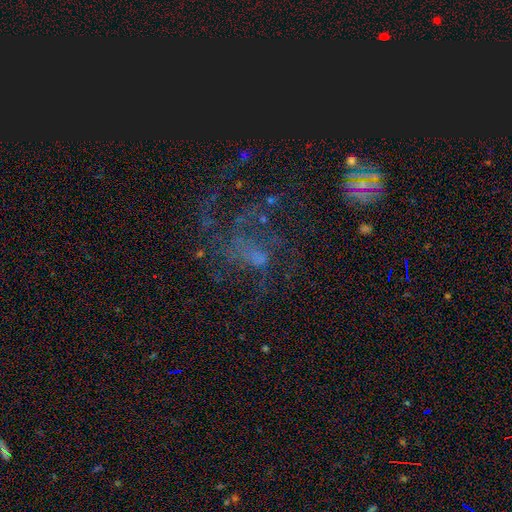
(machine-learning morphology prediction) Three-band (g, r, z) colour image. It shows a featured or disk galaxy (53%) with no bar (76%), no spiral arms (59%) and no central bulge (54%). Merging: major disturbance (41%).